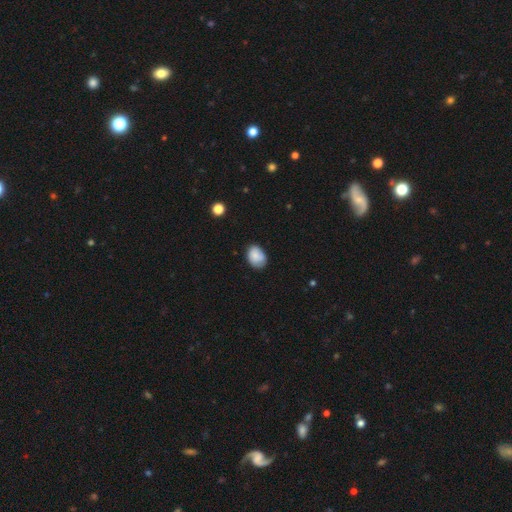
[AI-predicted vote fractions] Q: Smooth or featured?
A: smooth (79%); runner-up: featured or disk (13%)
Q: How rounded?
A: in between (73%); runner-up: round (26%)
Q: Merging?
A: none (68%); runner-up: minor disturbance (25%)